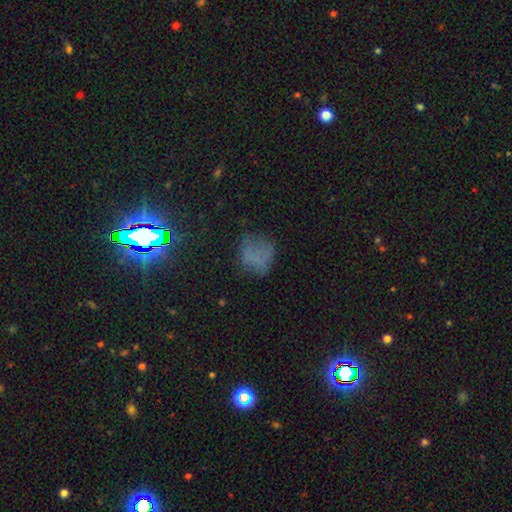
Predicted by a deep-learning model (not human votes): Smooth or featured?
  - smooth: 56% *
  - star or artifact: 26%
  - featured or disk: 19%
How rounded?
  - round: 71% *
  - in between: 27%
  - cigar-shaped: 1%
Merging?
  - none: 58% *
  - minor disturbance: 23%
  - major disturbance: 16%
  - merger: 2%